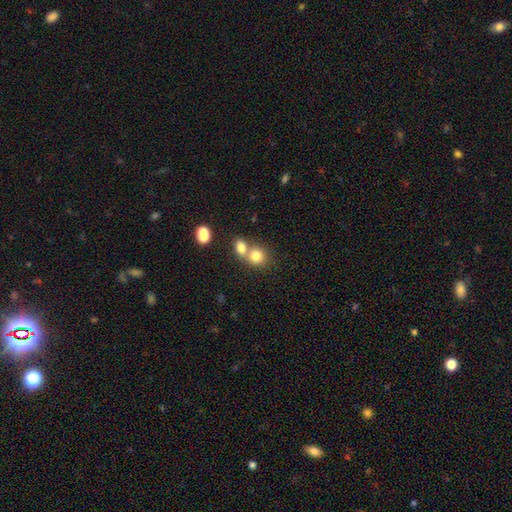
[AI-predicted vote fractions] This appears to be a smooth galaxy with no disk features (80%) that is round (71%). Merging: merger (56%).